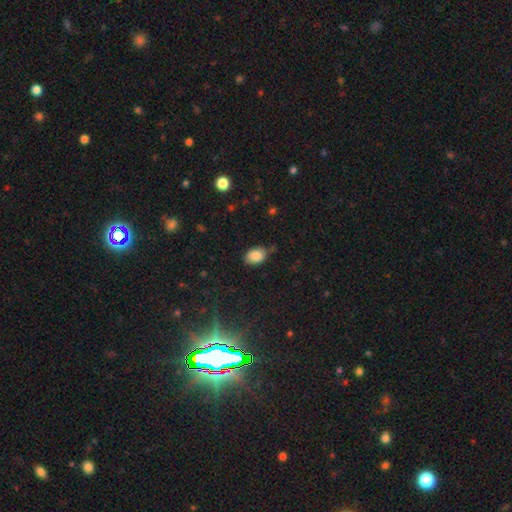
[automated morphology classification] smooth_or_featured: smooth (p=0.85) [alt: star or artifact p=0.08]
how_rounded: in between (p=0.81) [alt: round p=0.18]
merging: none (p=0.74) [alt: minor disturbance p=0.20]